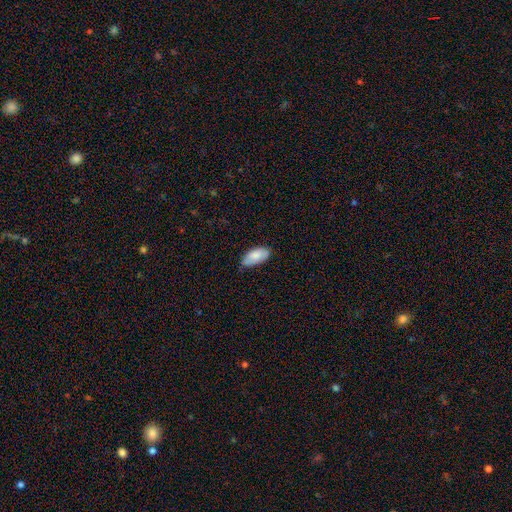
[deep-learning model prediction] Morphology: type=smooth (80%); roundness=in between (93%); merging=none (68%).